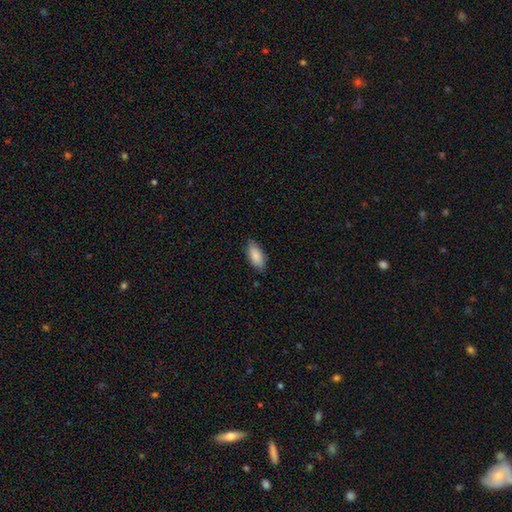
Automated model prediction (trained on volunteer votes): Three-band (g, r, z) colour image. It shows a smooth galaxy with no disk features (87%) that is in between round and cigar-shaped (86%). Merging: none (83%).